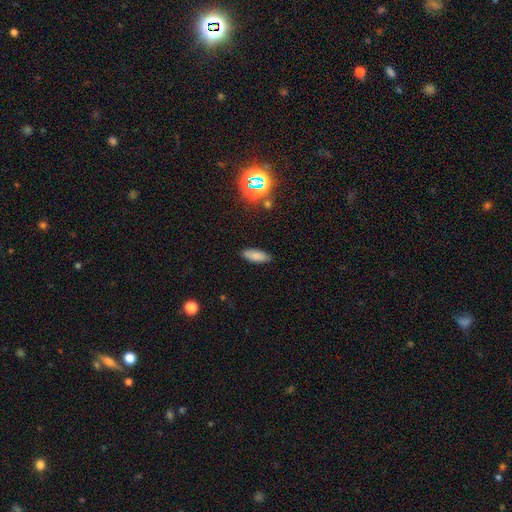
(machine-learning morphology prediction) Overall: smooth (82%). How rounded: in between (74%). Merging: none (88%).